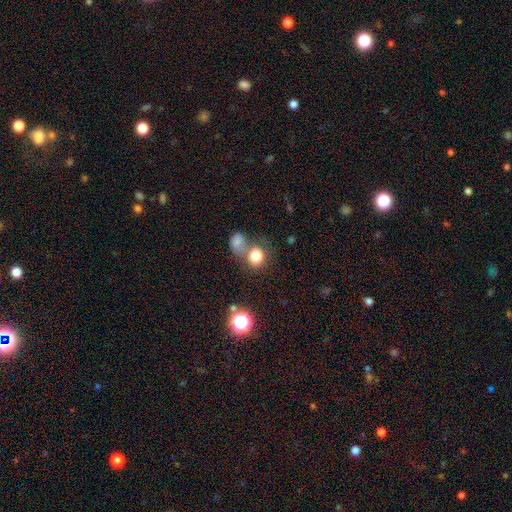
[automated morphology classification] This is likely a smooth galaxy (79%). How rounded: likely round (72%). Merging: possibly none (45%).